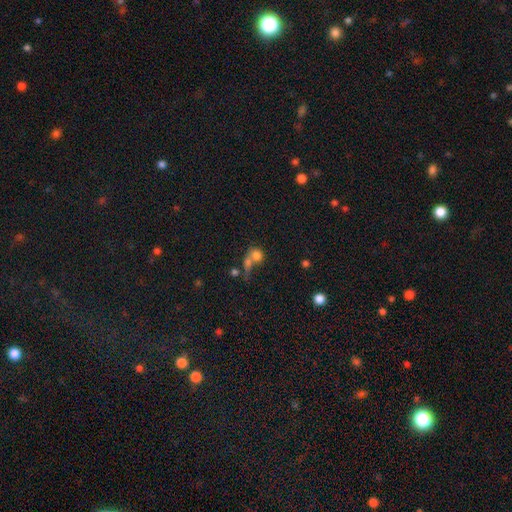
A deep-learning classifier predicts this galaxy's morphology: Smooth or featured? Predicted: smooth (p=0.74). How rounded? Predicted: round (p=0.68). Merging? Predicted: merger (p=0.55).